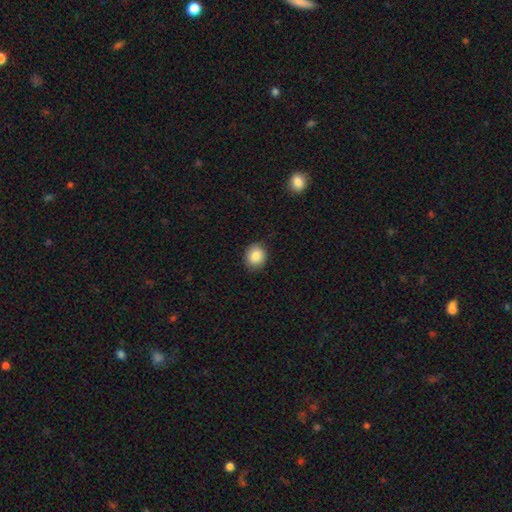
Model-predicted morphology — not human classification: Q: Smooth or featured?
A: smooth (86%); runner-up: star or artifact (8%)
Q: How rounded?
A: round (74%); runner-up: in between (25%)
Q: Merging?
A: none (85%); runner-up: minor disturbance (11%)